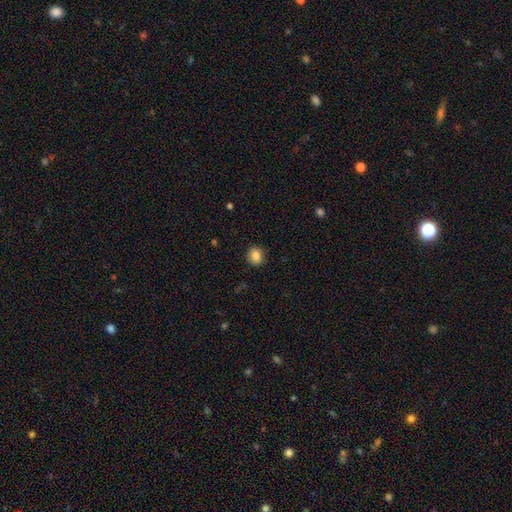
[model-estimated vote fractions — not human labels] This is clearly a smooth galaxy (84%). How rounded: likely round (73%). Merging: clearly none (89%).